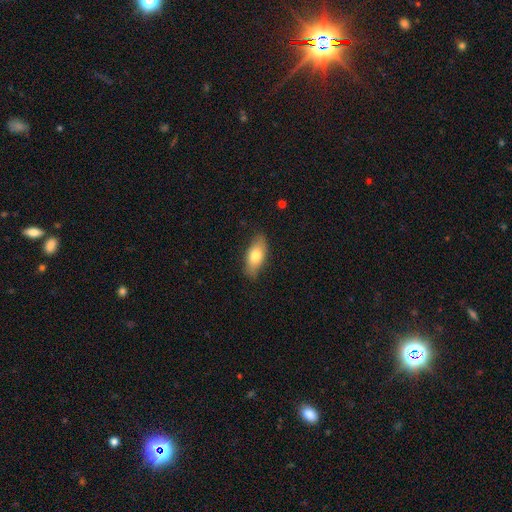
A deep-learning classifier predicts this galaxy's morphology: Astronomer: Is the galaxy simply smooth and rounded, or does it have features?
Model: smooth — 75%.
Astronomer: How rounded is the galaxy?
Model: in between — 86%.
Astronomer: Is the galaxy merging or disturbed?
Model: none — 82%.